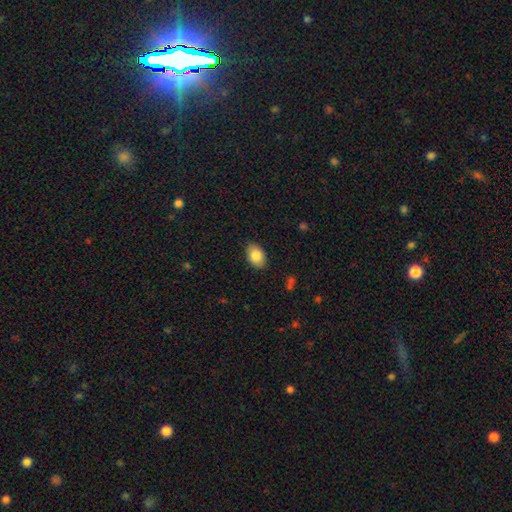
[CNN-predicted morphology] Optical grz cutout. It shows a smooth galaxy with no disk features (85%) that is in between round and cigar-shaped (86%). Merging: none (85%).